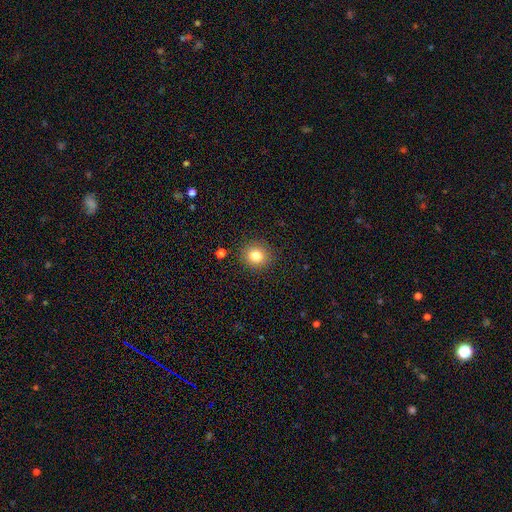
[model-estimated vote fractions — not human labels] Smooth or featured? Predicted: smooth (p=0.82). How rounded? Predicted: round (p=0.85). Merging? Predicted: none (p=0.88).